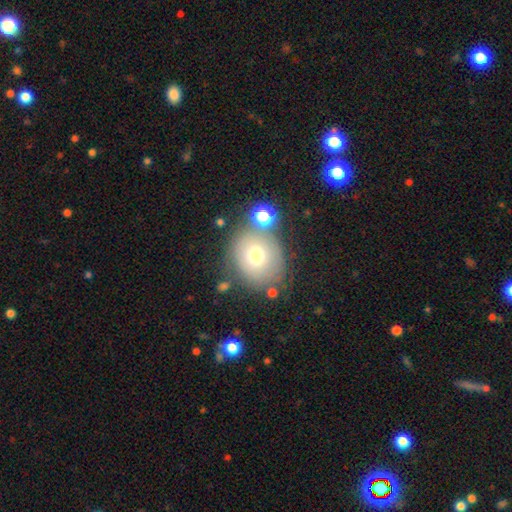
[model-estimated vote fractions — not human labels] This appears to be a smooth galaxy with no disk features (68%) that is round (69%). Merging: none (68%).